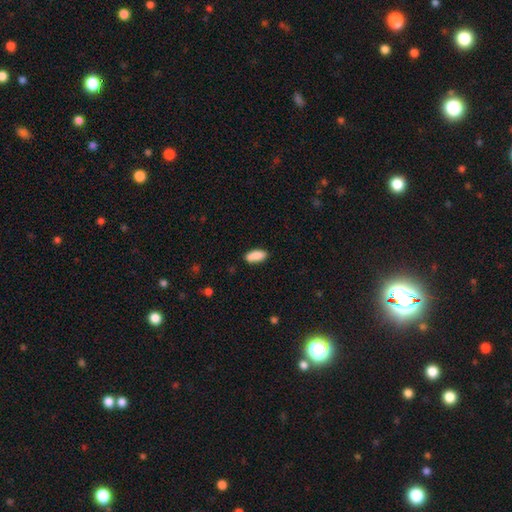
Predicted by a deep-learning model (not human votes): Smooth or featured? smooth (87%)
How rounded? in between (84%)
Merging? none (80%)